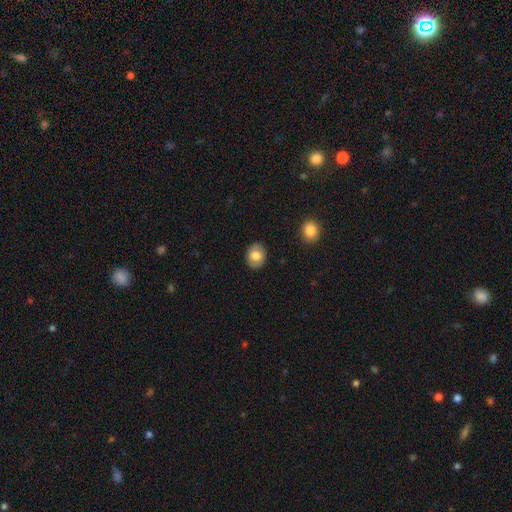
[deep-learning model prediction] Smooth or featured? smooth (78%)
How rounded? in between (52%)
Merging? none (89%)